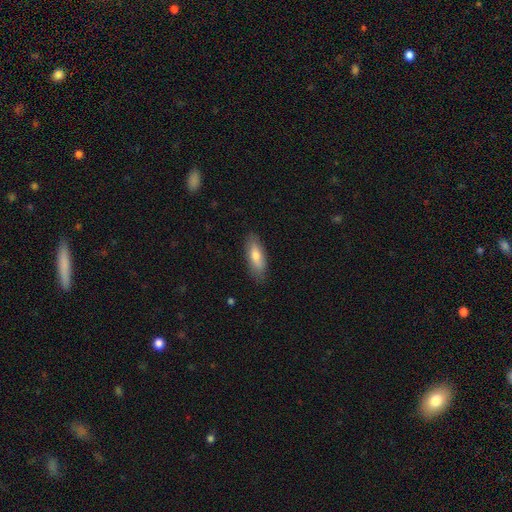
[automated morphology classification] A smooth galaxy with no disk features (72%) that is in between round and cigar-shaped (63%). Merging: none (83%).